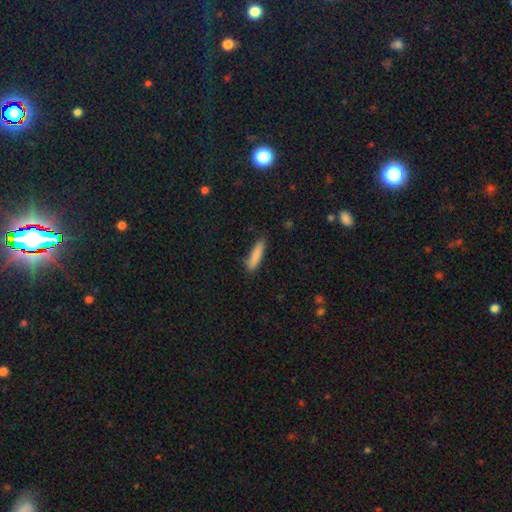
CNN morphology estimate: This is clearly a smooth galaxy (85%). How rounded: likely cigar-shaped (78%). Merging: clearly none (80%).